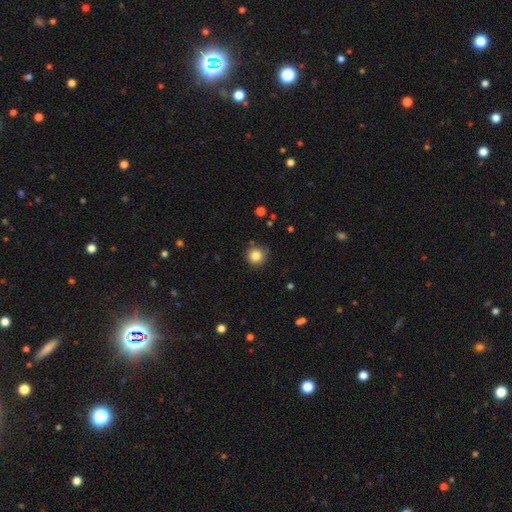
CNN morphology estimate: Q: Smooth or featured?
A: smooth (84%); runner-up: star or artifact (11%)
Q: How rounded?
A: round (94%); runner-up: in between (5%)
Q: Merging?
A: none (82%); runner-up: minor disturbance (13%)